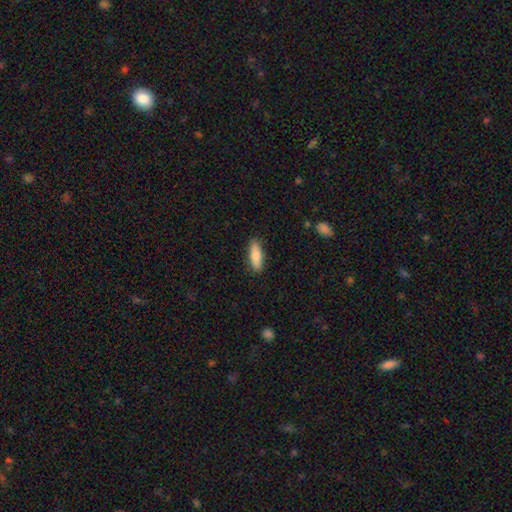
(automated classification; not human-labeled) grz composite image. It shows a smooth galaxy with no disk features (72%) that is in between round and cigar-shaped (50%). Merging: none (88%).